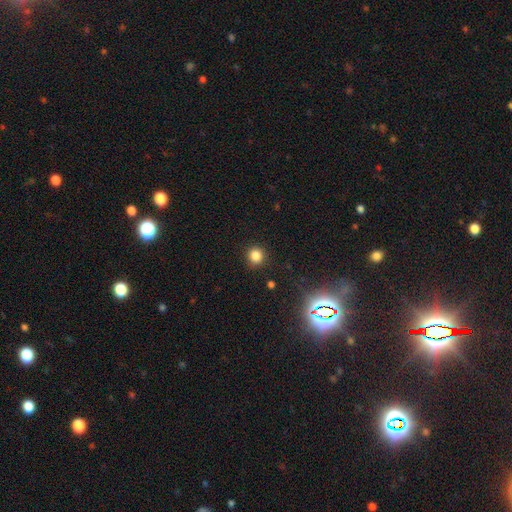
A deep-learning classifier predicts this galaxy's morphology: Smooth or featured?
  - smooth: 81% *
  - star or artifact: 15%
  - featured or disk: 4%
How rounded?
  - round: 88% *
  - in between: 11%
  - cigar-shaped: 1%
Merging?
  - none: 89% *
  - minor disturbance: 7%
  - major disturbance: 3%
  - merger: 1%